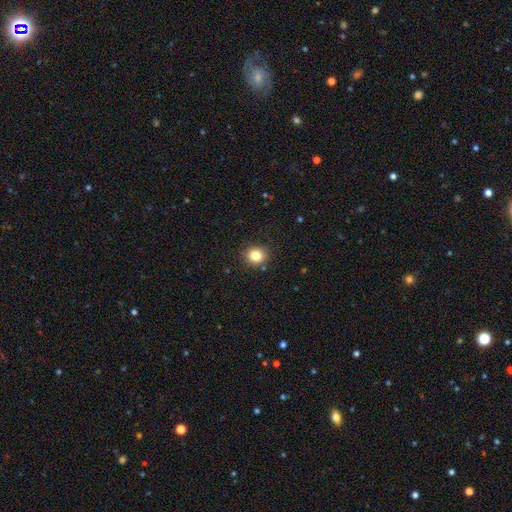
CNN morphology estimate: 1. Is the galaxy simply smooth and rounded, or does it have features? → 82% smooth, 12% star or artifact, 6% featured or disk.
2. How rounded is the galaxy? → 82% round, 17% in between, 1% cigar-shaped.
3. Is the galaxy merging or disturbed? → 88% none, 8% minor disturbance, 2% major disturbance, 2% merger.